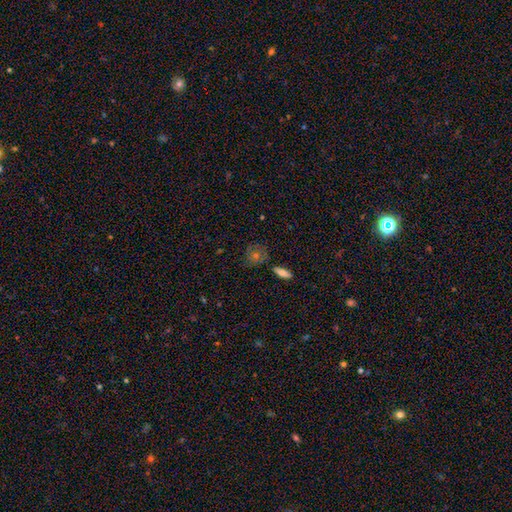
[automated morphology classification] smooth 49%, featured or disk 29%, star or artifact 23%. Down the decision tree: merging — none (78%).